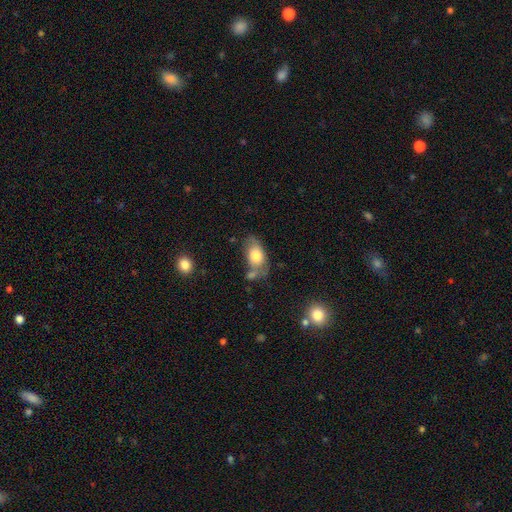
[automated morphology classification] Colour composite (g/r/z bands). It shows a smooth galaxy with no disk features (73%) that is in between round and cigar-shaped (87%). Merging: none (46%).